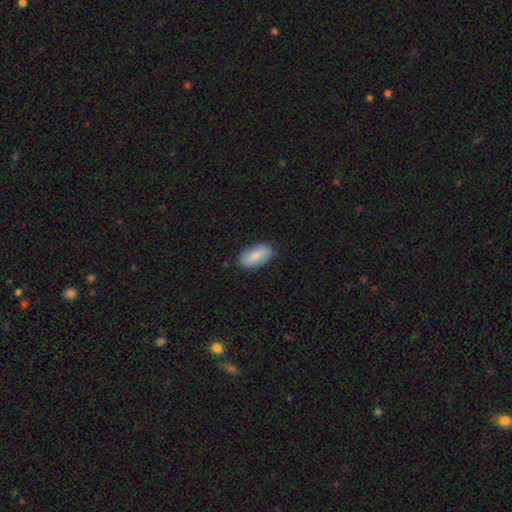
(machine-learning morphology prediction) smooth_or_featured: smooth (p=0.81) [alt: featured or disk p=0.12]
how_rounded: in between (p=0.91) [alt: cigar-shaped p=0.06]
merging: none (p=0.85) [alt: minor disturbance p=0.12]